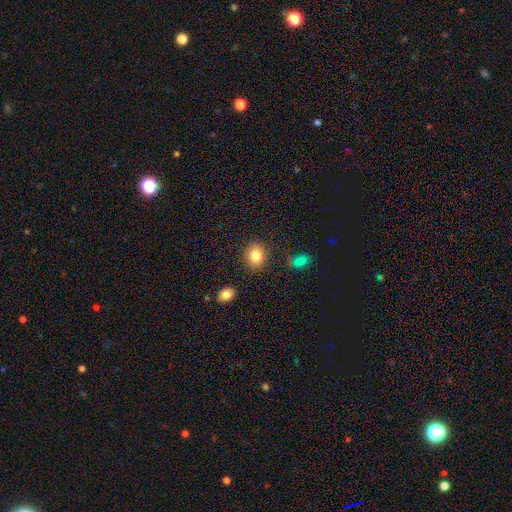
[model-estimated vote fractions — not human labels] smooth_or_featured: smooth (p=0.83) [alt: star or artifact p=0.09]
how_rounded: round (p=0.57) [alt: in between p=0.42]
merging: none (p=0.85) [alt: minor disturbance p=0.09]